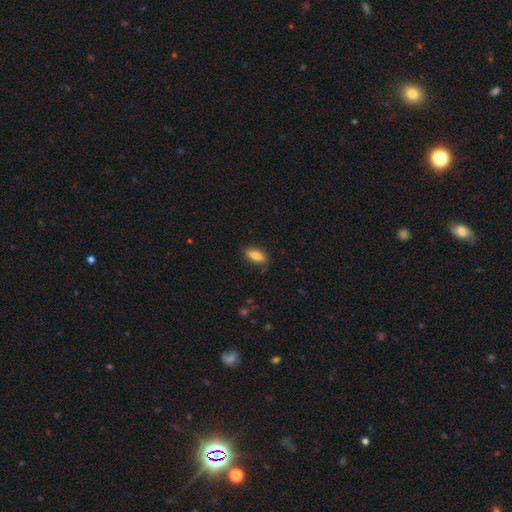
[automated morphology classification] smooth-or-featured: smooth: 77% | featured or disk: 16% | star or artifact: 7%
  how-rounded: in between: 70% | cigar-shaped: 27% | round: 3%
  merging: none: 81% | minor disturbance: 15% | major disturbance: 3% | merger: 1%